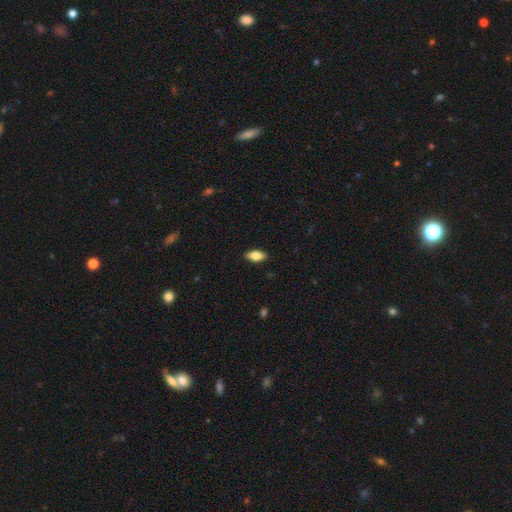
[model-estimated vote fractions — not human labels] A smooth galaxy with no disk features (77%) that is in between round and cigar-shaped (89%). Merging: none (89%).